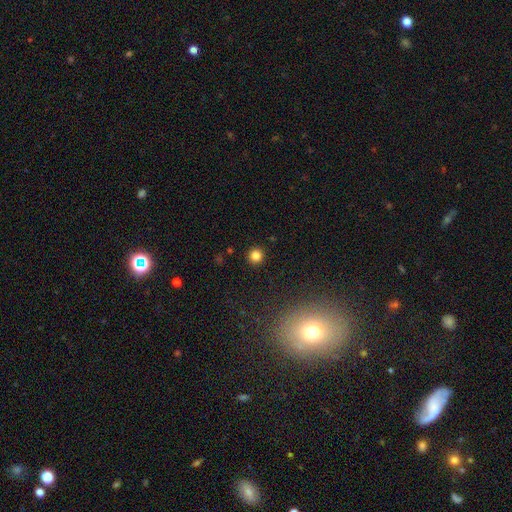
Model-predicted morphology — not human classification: A smooth galaxy with no disk features (82%) that is round (94%).

Vote fractions:
- Smooth or featured? smooth: 82% / star or artifact: 13% / featured or disk: 5%
- How rounded? round: 94% / in between: 5% / cigar-shaped: 1%
- Merging? none: 92% / minor disturbance: 5% / major disturbance: 2% / merger: 1%